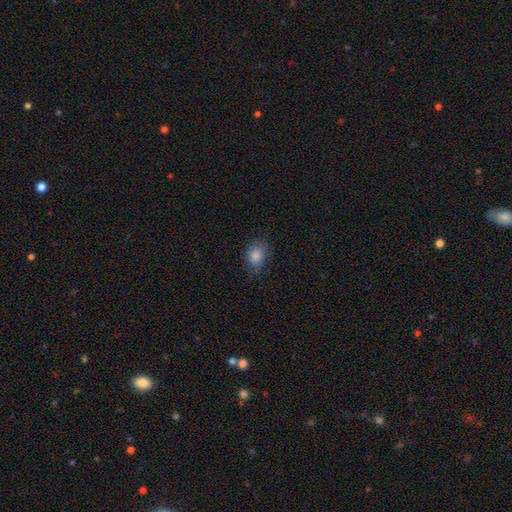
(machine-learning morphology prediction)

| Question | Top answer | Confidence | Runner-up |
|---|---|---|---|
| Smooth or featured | smooth | 83% | star or artifact (11%) |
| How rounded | round | 53% | in between (46%) |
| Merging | none | 75% | minor disturbance (20%) |